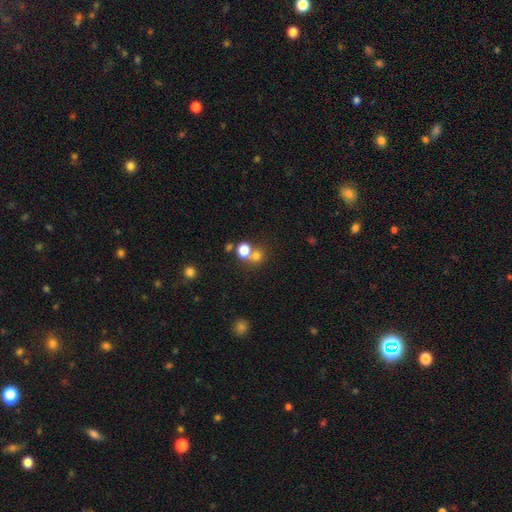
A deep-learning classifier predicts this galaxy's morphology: Overall: smooth (74%). How rounded: round (78%). Merging: merger (45%, tied with none).